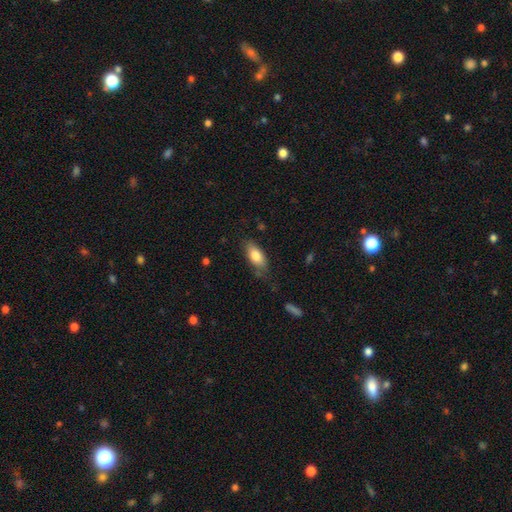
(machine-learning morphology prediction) Overall: smooth (80%). How rounded: in between (85%). Merging: none (71%).